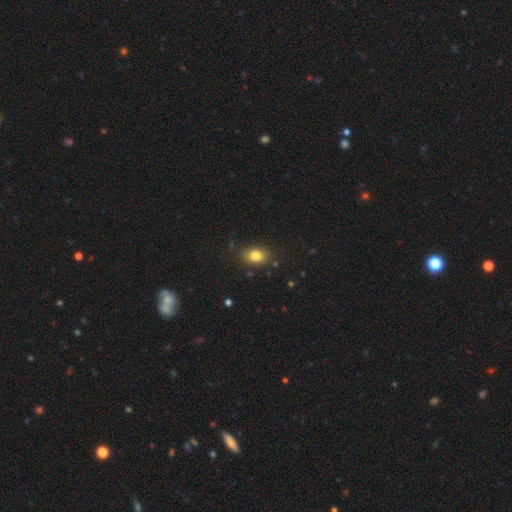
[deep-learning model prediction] smooth 82%, star or artifact 10%, featured or disk 8%. Down the decision tree: how rounded — in between (81%); merging — none (84%).